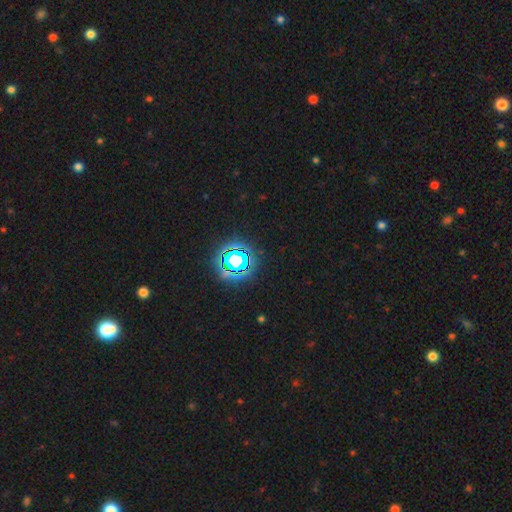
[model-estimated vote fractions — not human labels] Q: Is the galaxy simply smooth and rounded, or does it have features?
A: star or artifact — 84%.